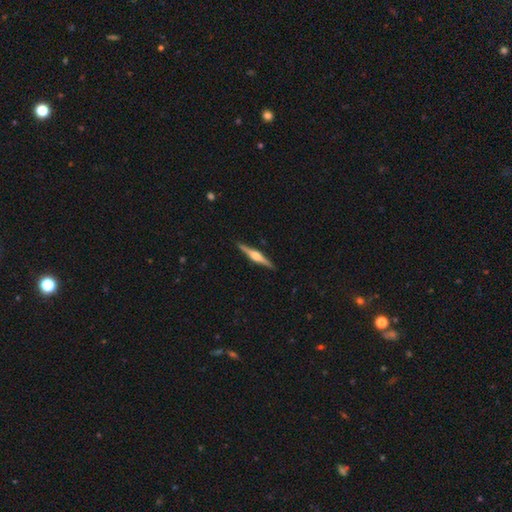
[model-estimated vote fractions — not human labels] Smooth or featured? featured or disk (79%)
Edge-on disk? yes (98%)
Edge-on bulge? rounded (86%)
Merging? none (92%)